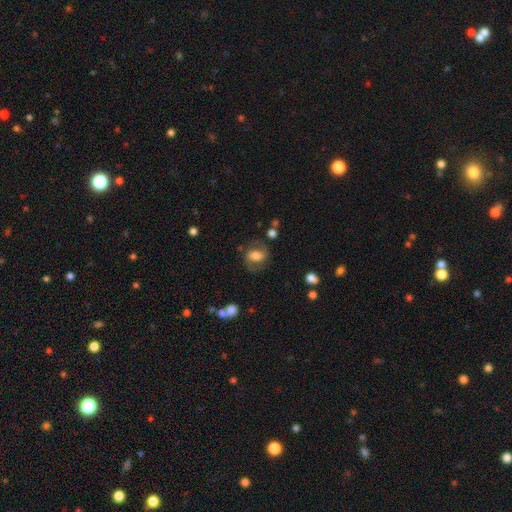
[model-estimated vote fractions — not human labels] This appears to be a featured or disk galaxy (49%). Merging: none (69%).